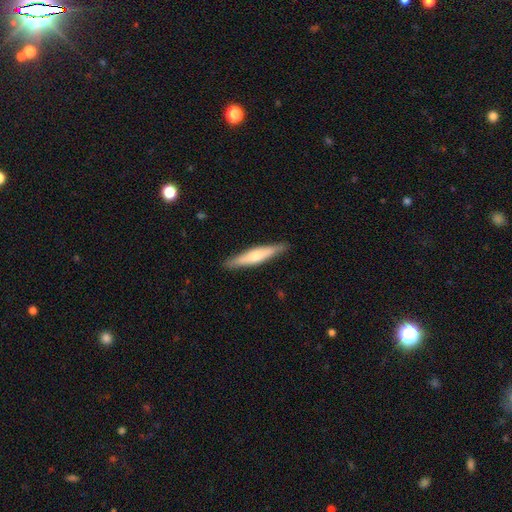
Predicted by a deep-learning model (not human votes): Overall: smooth (49%; featured or disk 45%). Merging: none (88%).